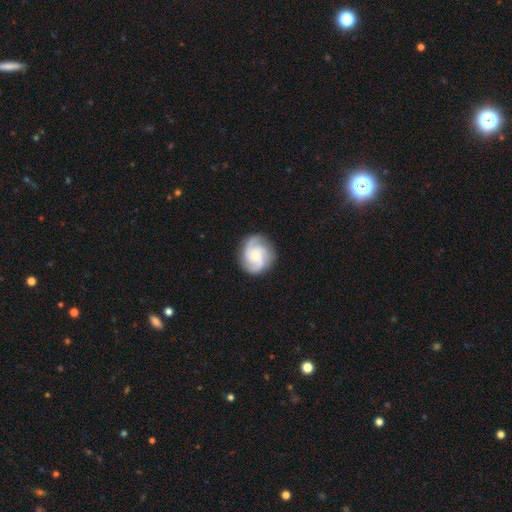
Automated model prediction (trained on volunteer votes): Morphology: type=featured or disk (84%); edge-on=no (98%); bar=no (72%); spiral arms=yes (98%); winding=medium (45%); arm count=3 (69%); bulge=small (51%); merging=none (82%).